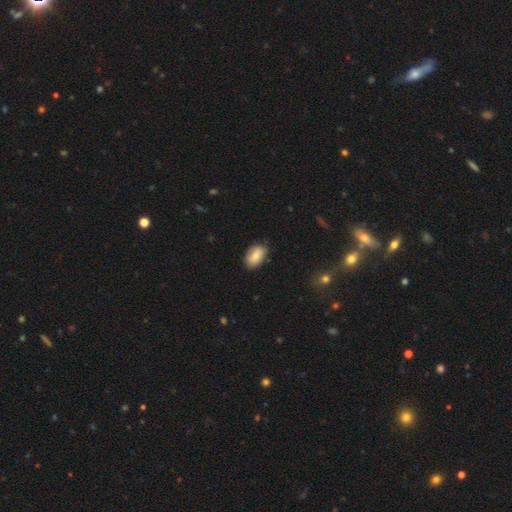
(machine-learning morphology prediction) Smooth or featured? smooth (82%)
How rounded? in between (92%)
Merging? none (77%)